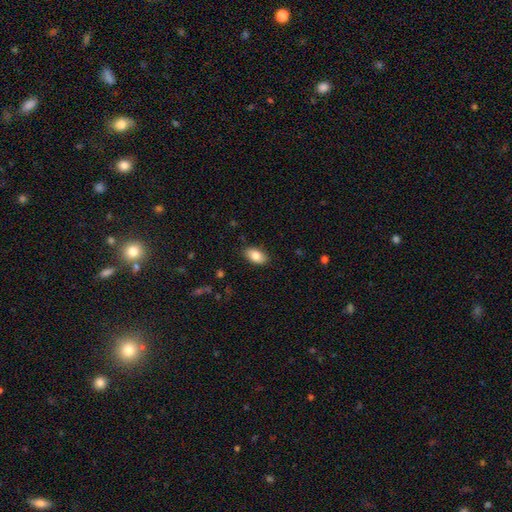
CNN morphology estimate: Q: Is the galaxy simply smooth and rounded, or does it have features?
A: smooth — 83%.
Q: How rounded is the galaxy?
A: in between — 93%.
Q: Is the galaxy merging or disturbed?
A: none — 87%.